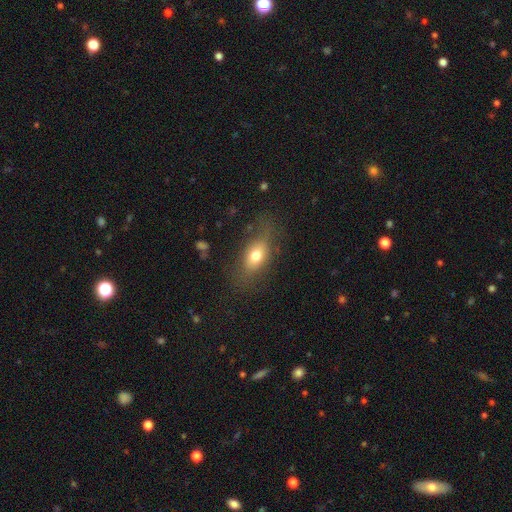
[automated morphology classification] Smooth or featured: smooth — 71% (featured or disk — 19%)
How rounded: in between — 77% (round — 14%)
Merging: none — 66% (minor disturbance — 20%)